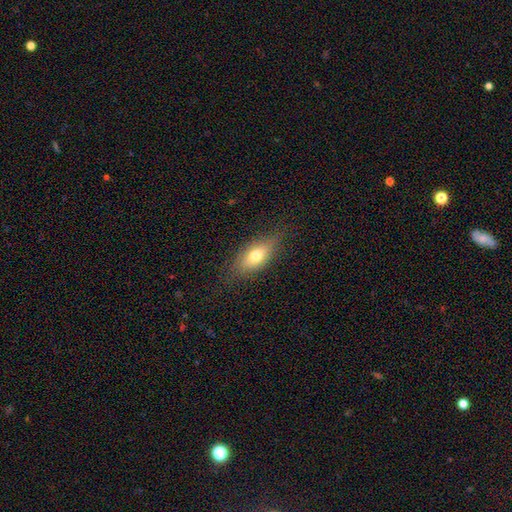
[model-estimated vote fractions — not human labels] Q: Smooth or featured?
A: smooth (70%); runner-up: featured or disk (21%)
Q: How rounded?
A: in between (82%); runner-up: cigar-shaped (11%)
Q: Merging?
A: none (78%); runner-up: minor disturbance (16%)